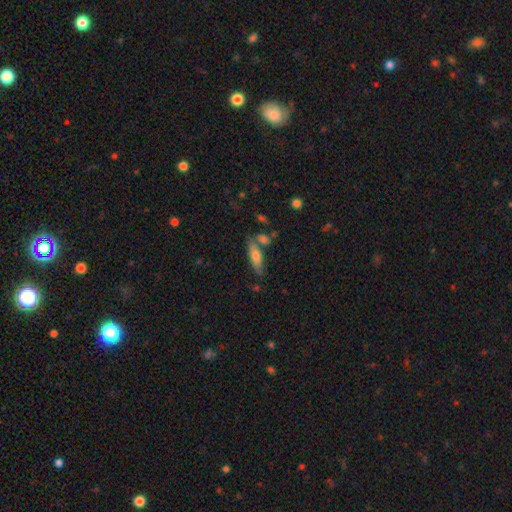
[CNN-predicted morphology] Smooth or featured? Predicted: smooth (p=0.72). How rounded? Predicted: in between (p=0.49). Merging? Predicted: none (p=0.63).